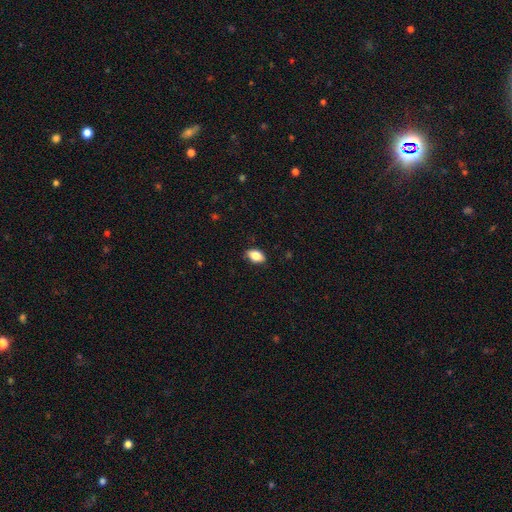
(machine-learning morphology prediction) smooth_or_featured: smooth (p=0.83) [alt: featured or disk p=0.10]
how_rounded: in between (p=0.89) [alt: round p=0.08]
merging: none (p=0.83) [alt: minor disturbance p=0.14]